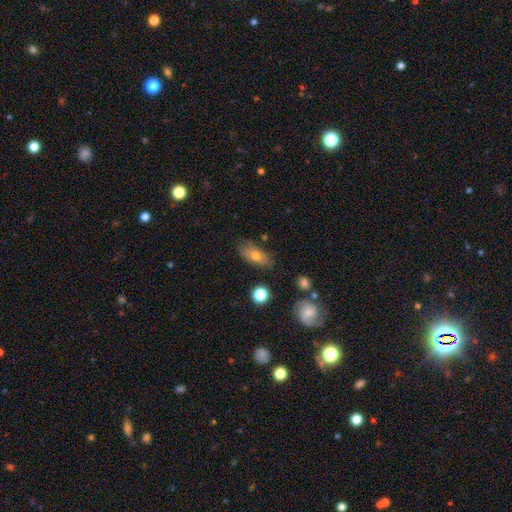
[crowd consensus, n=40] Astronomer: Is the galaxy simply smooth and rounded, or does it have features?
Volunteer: smooth — 68%.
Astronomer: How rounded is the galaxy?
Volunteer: in between — 93%.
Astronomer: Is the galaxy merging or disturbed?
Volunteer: none — 89%.